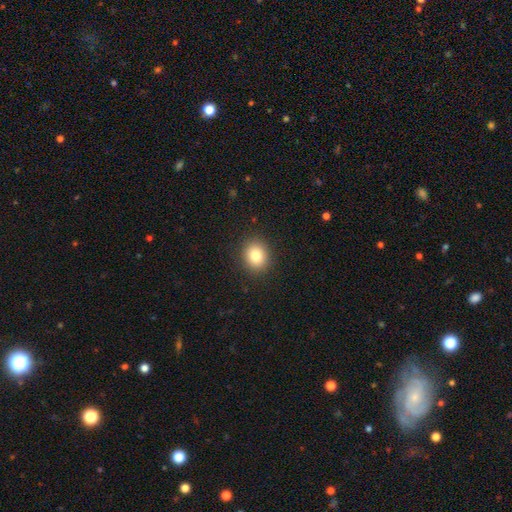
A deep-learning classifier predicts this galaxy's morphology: Smooth or featured? Predicted: smooth (p=0.83). How rounded? Predicted: round (p=0.68). Merging? Predicted: none (p=0.90).